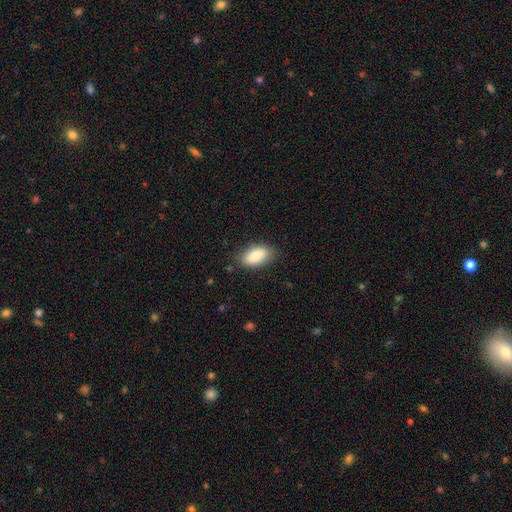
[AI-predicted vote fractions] Q: Smooth or featured?
A: smooth (85%); runner-up: featured or disk (9%)
Q: How rounded?
A: in between (92%); runner-up: cigar-shaped (4%)
Q: Merging?
A: none (83%); runner-up: minor disturbance (13%)